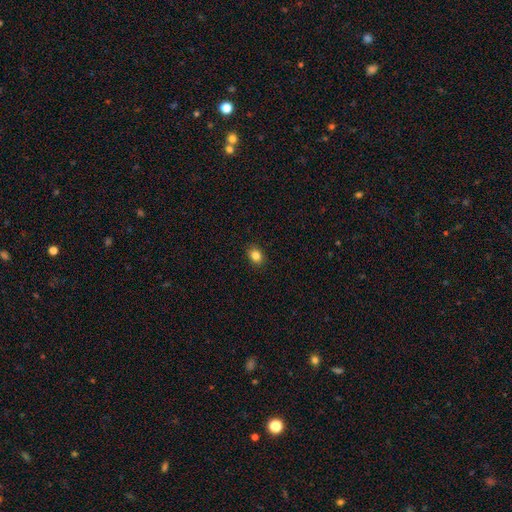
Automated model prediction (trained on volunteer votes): This appears to be a smooth galaxy with no disk features (84%) that is in between round and cigar-shaped (58%). Merging: none (89%).